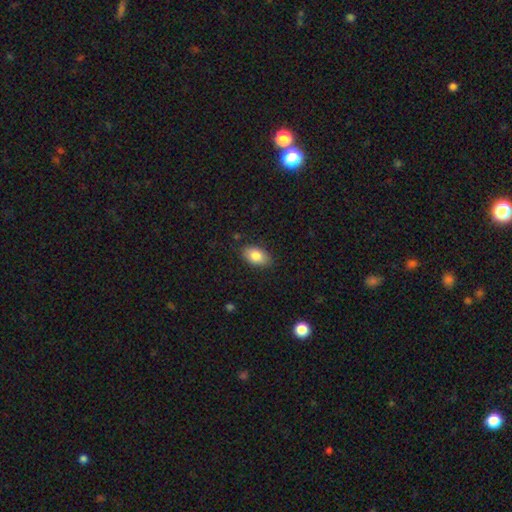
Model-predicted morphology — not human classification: A smooth galaxy with no disk features (83%) that is in between round and cigar-shaped (90%). Merging: none (85%).